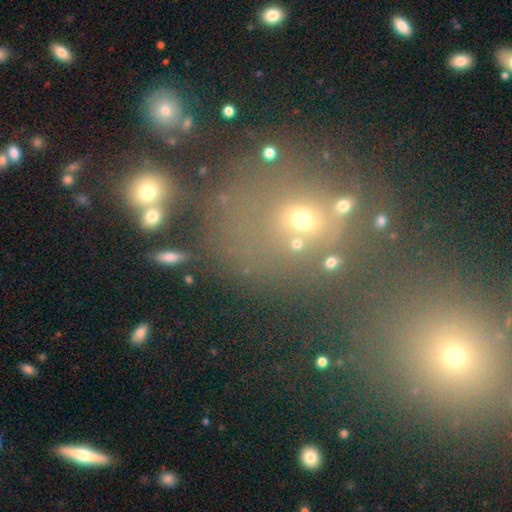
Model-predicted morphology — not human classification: Smooth or featured? Predicted: smooth (p=0.46). Merging? Predicted: none (p=0.54).